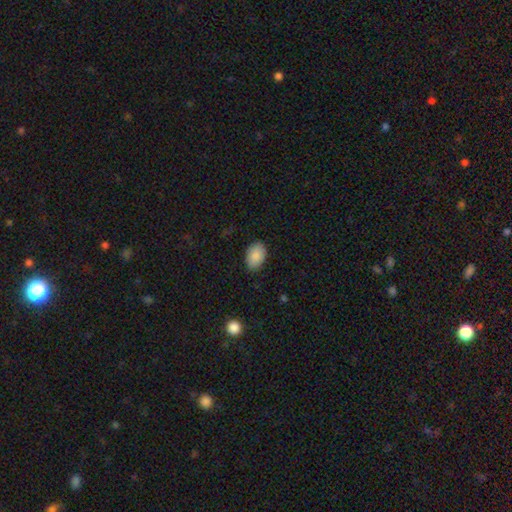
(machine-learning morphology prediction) Smooth or featured? smooth (89%)
How rounded? in between (89%)
Merging? none (84%)